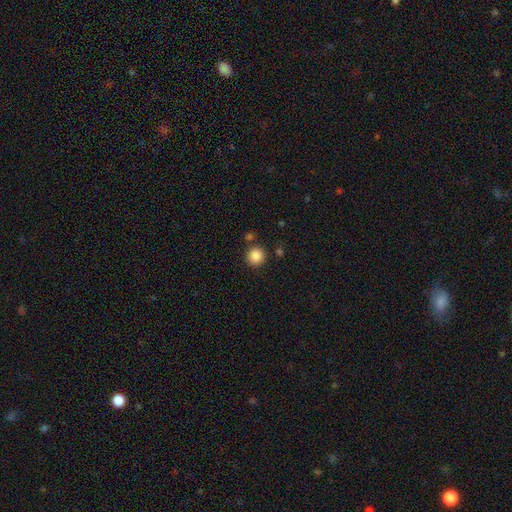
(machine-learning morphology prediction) A smooth galaxy with no disk features (87%) that is round (93%).

Vote fractions:
- Smooth or featured? smooth: 87% / star or artifact: 10% / featured or disk: 3%
- How rounded? round: 93% / in between: 6% / cigar-shaped: 1%
- Merging? none: 84% / minor disturbance: 8% / merger: 5% / major disturbance: 3%